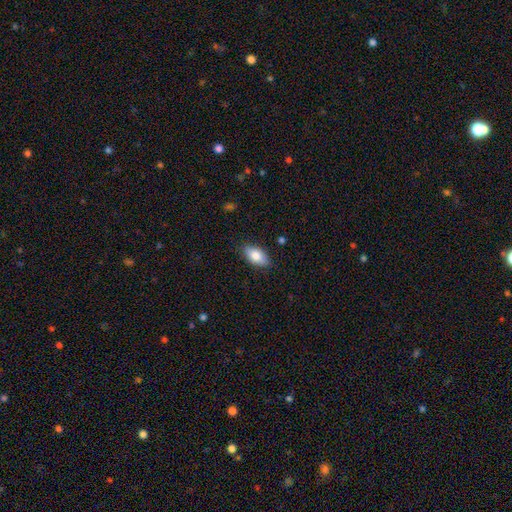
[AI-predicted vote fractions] smooth-or-featured: smooth: 81% | featured or disk: 13% | star or artifact: 7%
  how-rounded: in between: 91% | cigar-shaped: 5% | round: 4%
  merging: none: 86% | minor disturbance: 10% | major disturbance: 2% | merger: 1%